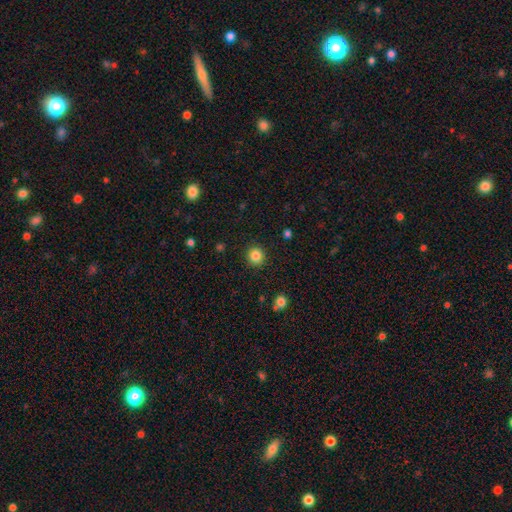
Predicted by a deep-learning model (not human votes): Smooth or featured? smooth (85%)
How rounded? round (93%)
Merging? none (92%)